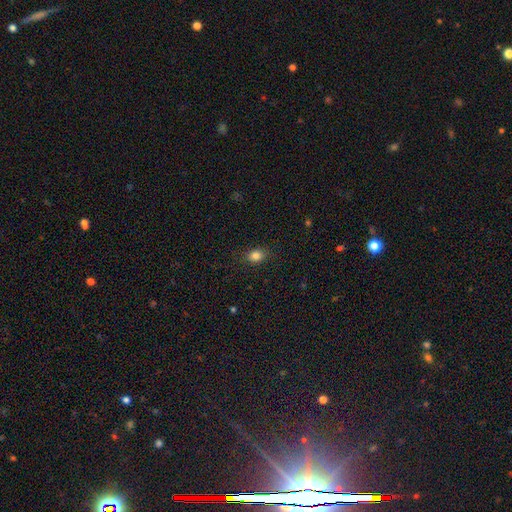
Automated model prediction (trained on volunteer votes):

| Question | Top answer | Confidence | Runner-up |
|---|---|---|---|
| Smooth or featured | smooth | 84% | star or artifact (11%) |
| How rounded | in between | 56% | round (42%) |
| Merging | none | 85% | minor disturbance (11%) |